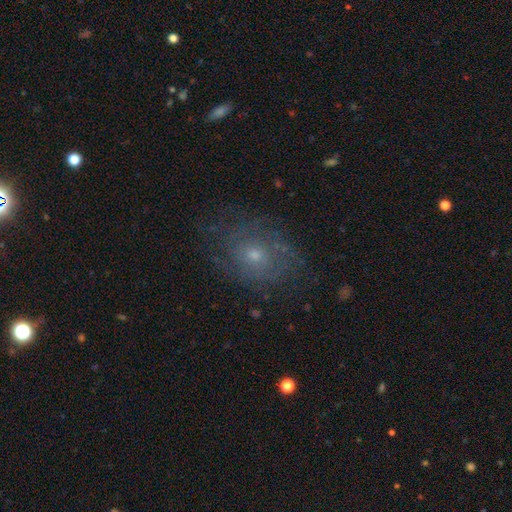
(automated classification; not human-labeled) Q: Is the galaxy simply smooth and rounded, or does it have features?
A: featured or disk — 53%.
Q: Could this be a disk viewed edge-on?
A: no — 96%.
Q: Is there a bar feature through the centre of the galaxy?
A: no — 84%.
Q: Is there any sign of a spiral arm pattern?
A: yes — 68%.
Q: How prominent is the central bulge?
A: small — 58%.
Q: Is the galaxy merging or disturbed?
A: none — 69%.